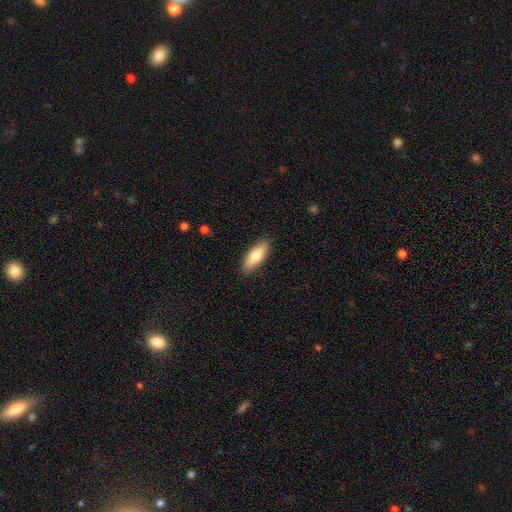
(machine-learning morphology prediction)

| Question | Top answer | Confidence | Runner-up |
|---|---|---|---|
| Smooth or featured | smooth | 74% | featured or disk (20%) |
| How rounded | in between | 69% | cigar-shaped (28%) |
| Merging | none | 88% | minor disturbance (9%) |